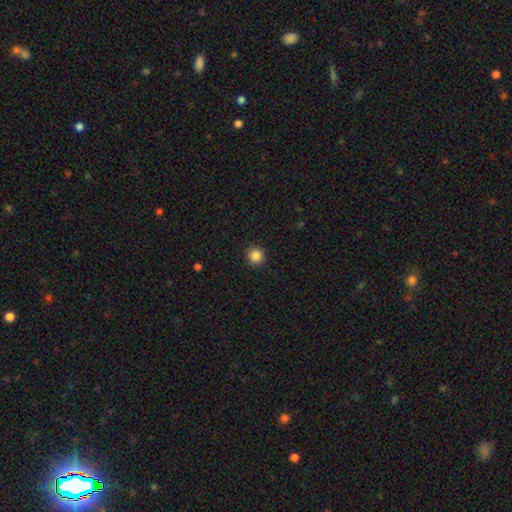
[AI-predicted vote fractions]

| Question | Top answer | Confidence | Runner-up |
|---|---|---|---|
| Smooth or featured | smooth | 86% | star or artifact (11%) |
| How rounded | round | 94% | in between (5%) |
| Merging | none | 92% | minor disturbance (5%) |